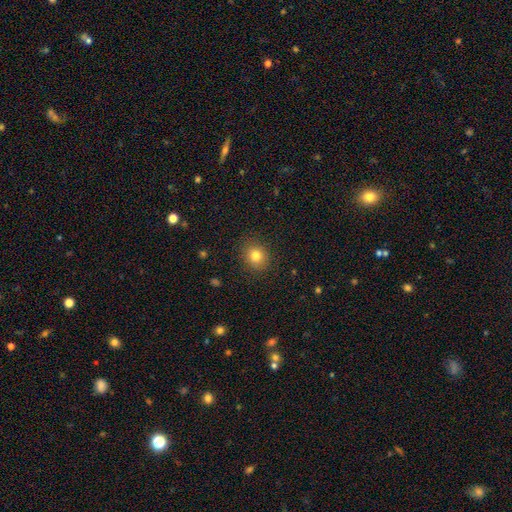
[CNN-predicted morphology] smooth 80%, star or artifact 12%, featured or disk 8%. Down the decision tree: how rounded — round (74%); merging — none (88%).